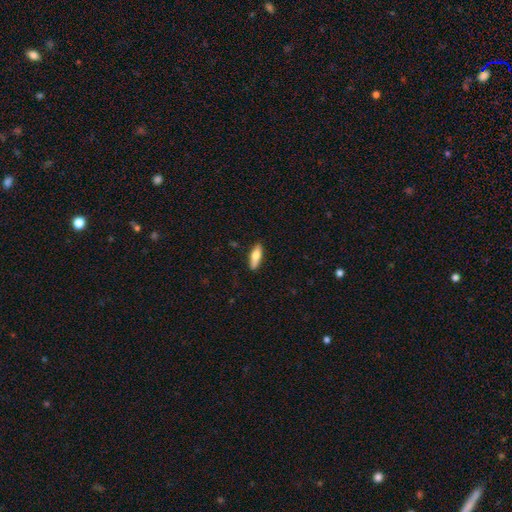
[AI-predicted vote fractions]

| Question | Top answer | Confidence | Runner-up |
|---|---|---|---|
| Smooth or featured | smooth | 69% | featured or disk (25%) |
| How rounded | in between | 52% | cigar-shaped (45%) |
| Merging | none | 86% | minor disturbance (11%) |